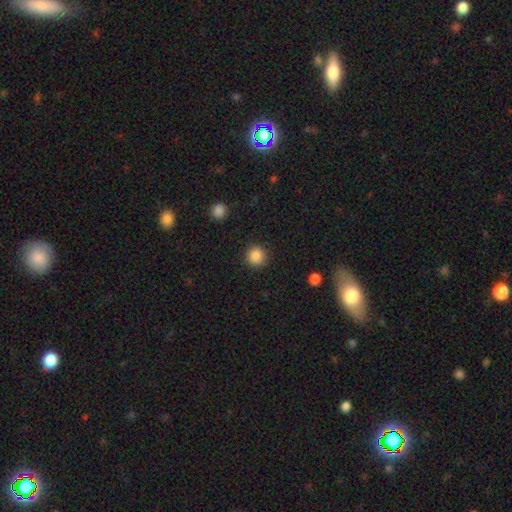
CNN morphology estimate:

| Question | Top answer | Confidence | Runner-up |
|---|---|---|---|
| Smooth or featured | smooth | 87% | star or artifact (10%) |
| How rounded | round | 94% | in between (5%) |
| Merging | none | 91% | minor disturbance (6%) |